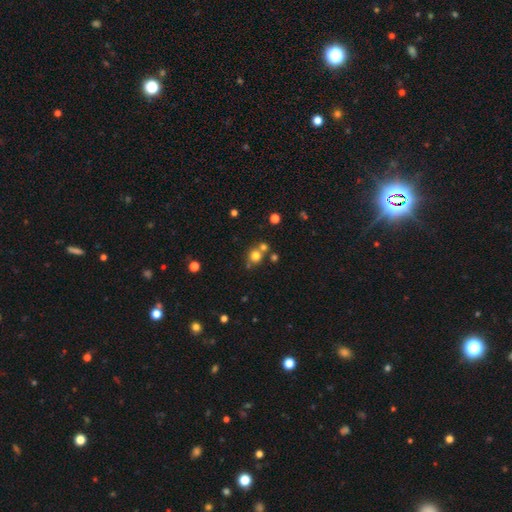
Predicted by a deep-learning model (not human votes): A smooth galaxy with no disk features (74%) that is round (87%).

Vote fractions:
- Smooth or featured? smooth: 74% / star or artifact: 17% / featured or disk: 9%
- How rounded? round: 87% / in between: 12% / cigar-shaped: 1%
- Merging? none: 60% / merger: 28% / minor disturbance: 9% / major disturbance: 4%